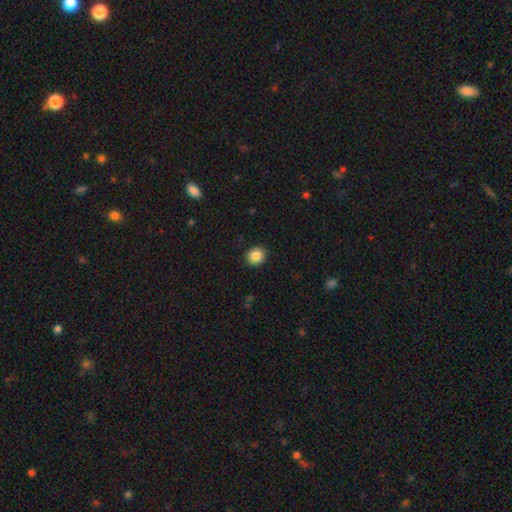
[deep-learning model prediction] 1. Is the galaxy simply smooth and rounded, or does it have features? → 86% smooth, 9% star or artifact, 5% featured or disk.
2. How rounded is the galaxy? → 77% round, 22% in between, 1% cigar-shaped.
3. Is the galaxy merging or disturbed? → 91% none, 6% minor disturbance, 2% major disturbance, 1% merger.